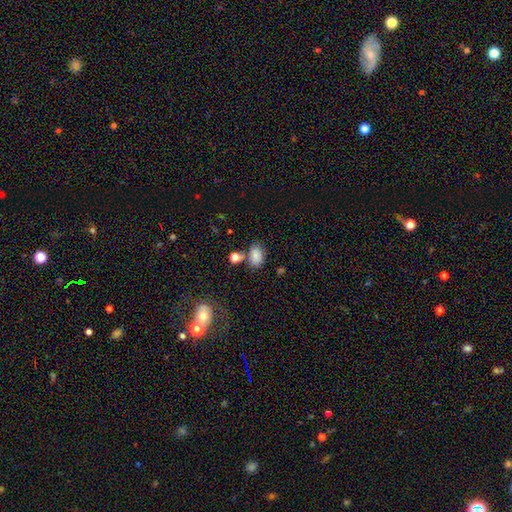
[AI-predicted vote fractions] Smooth or featured? Predicted: smooth (p=0.83). How rounded? Predicted: in between (p=0.85). Merging? Predicted: none (p=0.63).